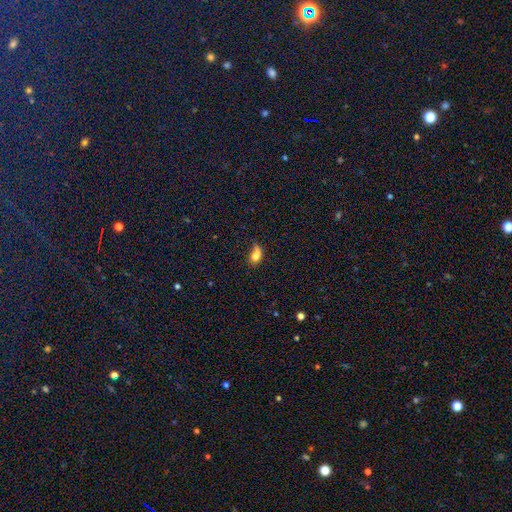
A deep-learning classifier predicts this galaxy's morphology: A smooth galaxy with no disk features (71%) that is in between round and cigar-shaped (72%).

Vote fractions:
- Smooth or featured? smooth: 71% / featured or disk: 17% / star or artifact: 12%
- How rounded? in between: 72% / round: 23% / cigar-shaped: 5%
- Merging? none: 31% / minor disturbance: 29% / major disturbance: 28% / merger: 11%